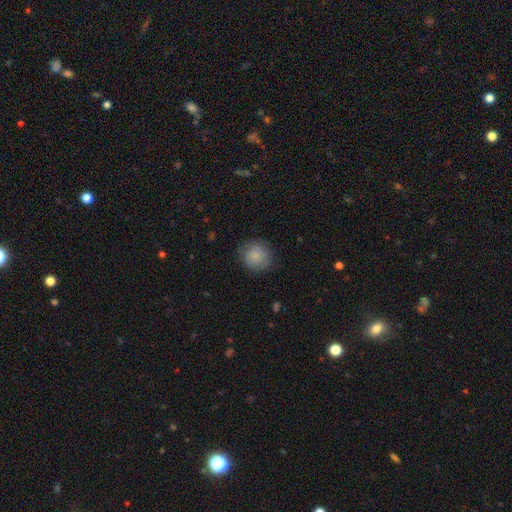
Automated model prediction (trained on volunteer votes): Morphology: type=smooth (85%); roundness=round (88%); merging=none (81%).